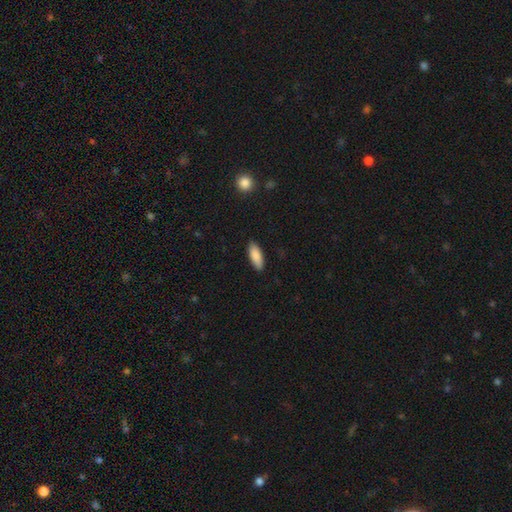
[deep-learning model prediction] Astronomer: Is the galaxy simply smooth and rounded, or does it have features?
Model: smooth — 87%.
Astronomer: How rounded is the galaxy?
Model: in between — 72%.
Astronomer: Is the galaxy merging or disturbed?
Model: none — 88%.